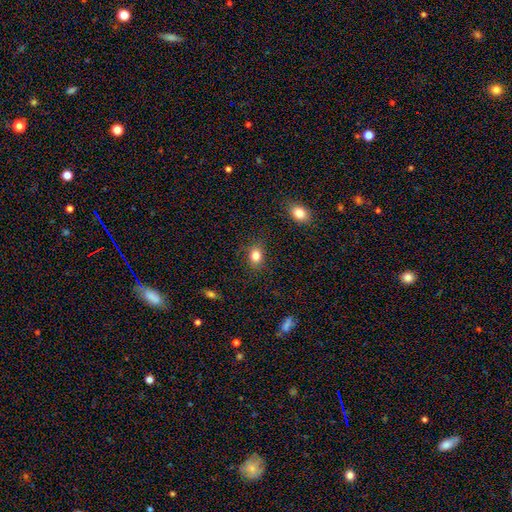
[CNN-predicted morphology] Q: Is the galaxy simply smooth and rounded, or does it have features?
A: smooth — 83%.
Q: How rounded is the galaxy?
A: in between — 51%.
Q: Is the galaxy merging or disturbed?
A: none — 84%.